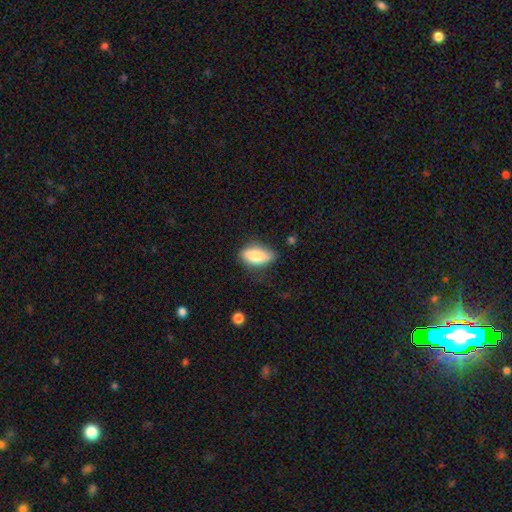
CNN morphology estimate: smooth 82%, featured or disk 12%, star or artifact 7%. Down the decision tree: how rounded — in between (87%); merging — none (68%).